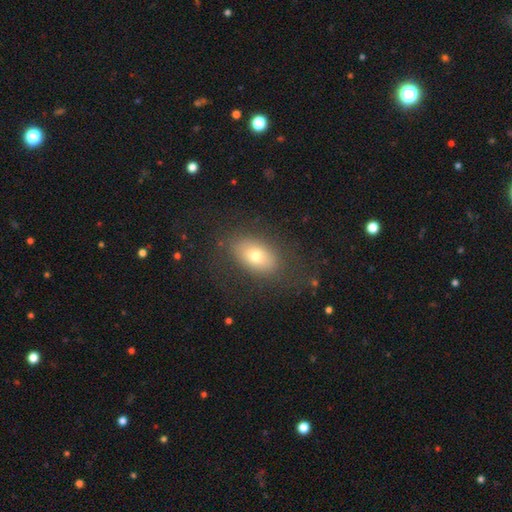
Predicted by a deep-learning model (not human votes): Smooth or featured? smooth (66%)
How rounded? in between (86%)
Merging? none (75%)